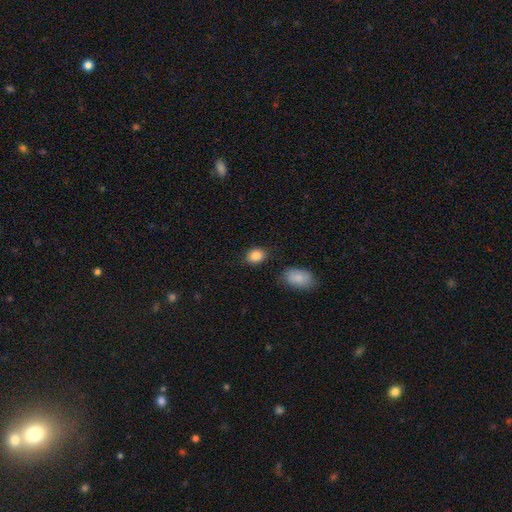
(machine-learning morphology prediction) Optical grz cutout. It shows a smooth galaxy with no disk features (86%) that is in between round and cigar-shaped (61%). Merging: none (83%).